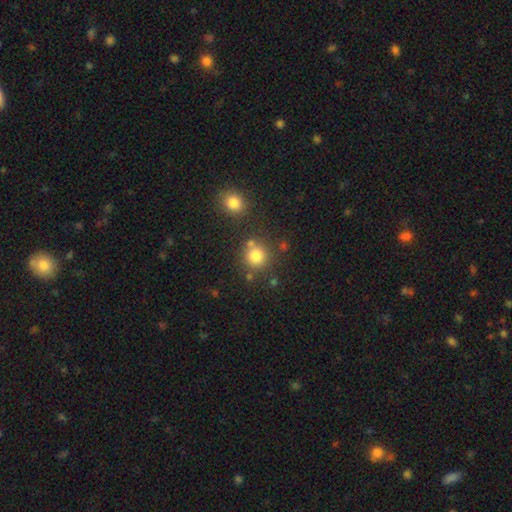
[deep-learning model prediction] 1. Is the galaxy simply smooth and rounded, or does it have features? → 80% smooth, 13% star or artifact, 7% featured or disk.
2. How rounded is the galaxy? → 91% round, 8% in between, 1% cigar-shaped.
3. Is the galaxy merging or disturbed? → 74% none, 13% merger, 9% minor disturbance, 4% major disturbance.